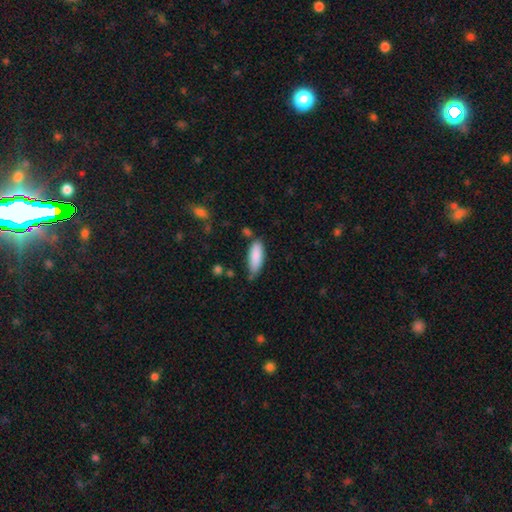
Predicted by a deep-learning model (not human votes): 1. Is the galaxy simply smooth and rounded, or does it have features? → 87% smooth, 7% featured or disk, 6% star or artifact.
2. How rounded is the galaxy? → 65% in between, 33% cigar-shaped, 2% round.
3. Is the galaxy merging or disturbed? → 65% none, 26% minor disturbance, 5% major disturbance, 4% merger.